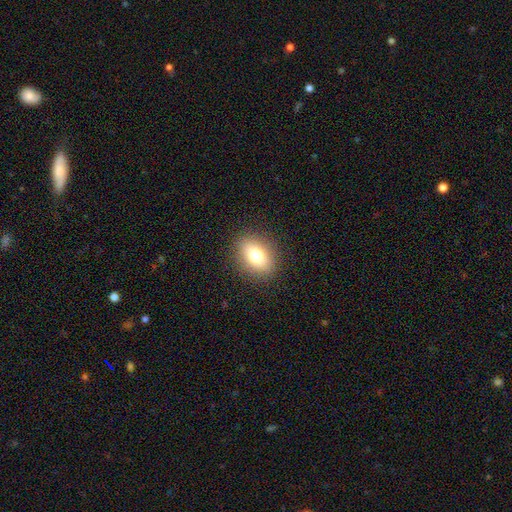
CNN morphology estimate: Q: Smooth or featured?
A: smooth (76%); runner-up: featured or disk (13%)
Q: How rounded?
A: in between (68%); runner-up: round (31%)
Q: Merging?
A: none (88%); runner-up: minor disturbance (8%)